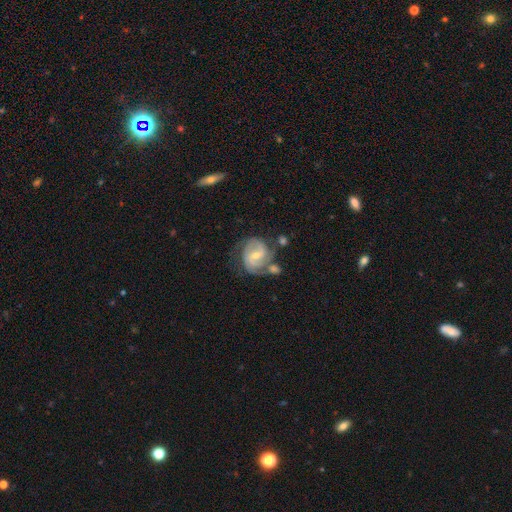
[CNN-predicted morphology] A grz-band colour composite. It shows a featured or disk galaxy (84%) with a weak bar (53%), 2 (61%) tight (47%) spiral arms (96%) and a small central bulge (55%). Merging: none (51%).